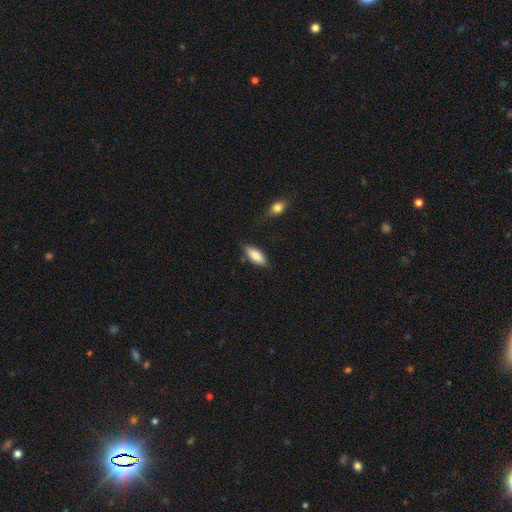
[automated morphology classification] This is clearly a smooth galaxy (84%). How rounded: likely in between (77%). Merging: likely none (77%).